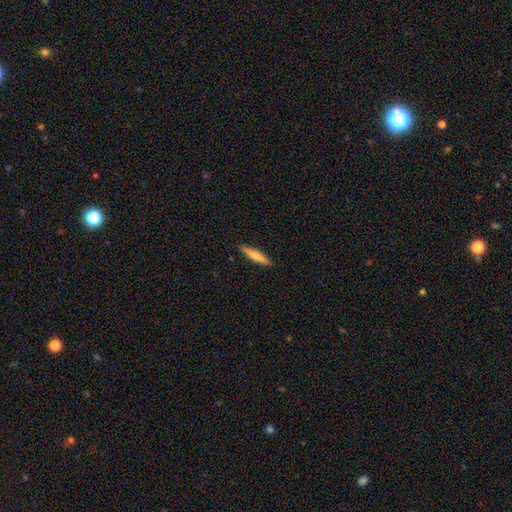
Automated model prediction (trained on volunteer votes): smooth-or-featured: smooth: 61% | featured or disk: 33% | star or artifact: 6%
  how-rounded: cigar-shaped: 86% | in between: 12% | round: 2%
  merging: none: 89% | minor disturbance: 8% | major disturbance: 2% | merger: 1%